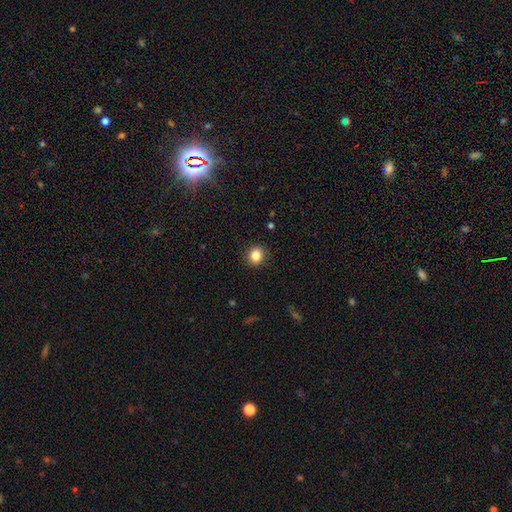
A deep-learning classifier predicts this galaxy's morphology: A smooth galaxy with no disk features (84%) that is round (79%).

Vote fractions:
- Smooth or featured? smooth: 84% / star or artifact: 11% / featured or disk: 5%
- How rounded? round: 79% / in between: 20% / cigar-shaped: 1%
- Merging? none: 91% / minor disturbance: 6% / major disturbance: 2% / merger: 1%